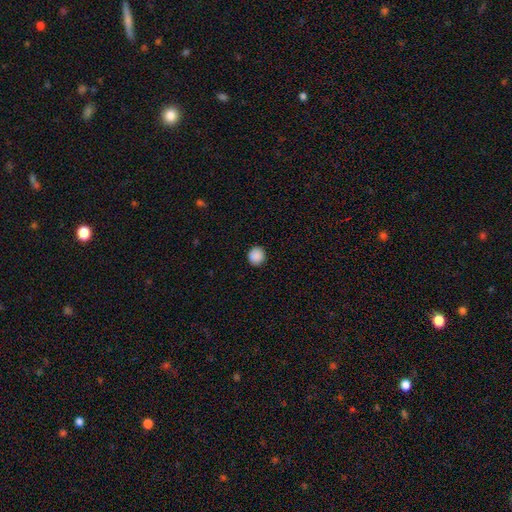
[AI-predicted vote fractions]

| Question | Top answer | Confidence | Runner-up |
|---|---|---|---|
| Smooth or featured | smooth | 89% | star or artifact (9%) |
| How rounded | round | 88% | in between (11%) |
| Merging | none | 90% | minor disturbance (7%) |